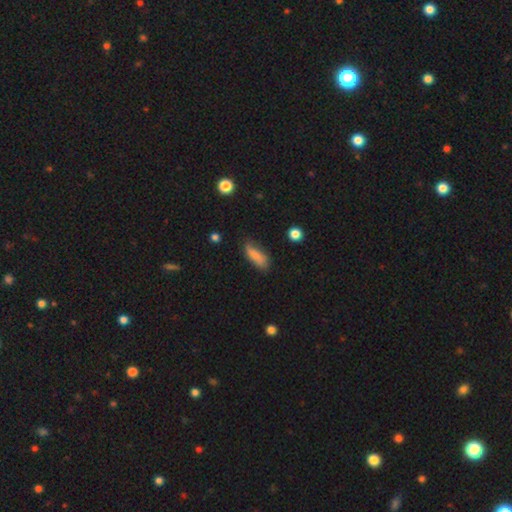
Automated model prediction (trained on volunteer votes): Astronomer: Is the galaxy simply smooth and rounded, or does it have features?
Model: smooth — 77%.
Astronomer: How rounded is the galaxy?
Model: in between — 64%.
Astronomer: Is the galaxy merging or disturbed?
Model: none — 62%.